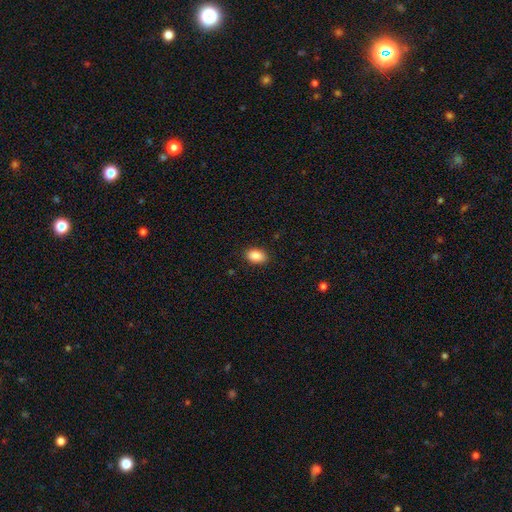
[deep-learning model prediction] This is clearly a smooth galaxy (89%). How rounded: clearly in between (89%). Merging: clearly none (88%).